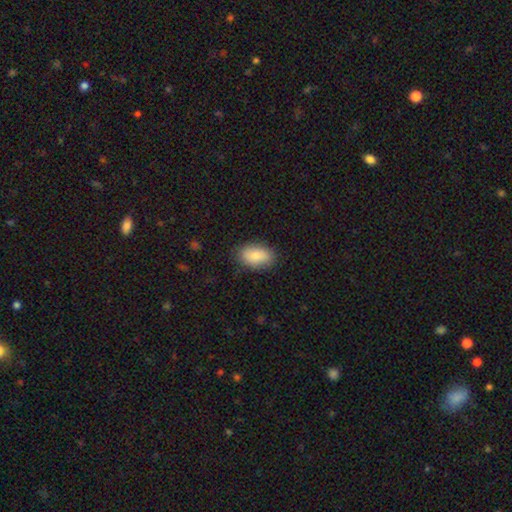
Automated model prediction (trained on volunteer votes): Q: Smooth or featured?
A: smooth (81%); runner-up: featured or disk (12%)
Q: How rounded?
A: in between (91%); runner-up: round (7%)
Q: Merging?
A: none (84%); runner-up: minor disturbance (12%)